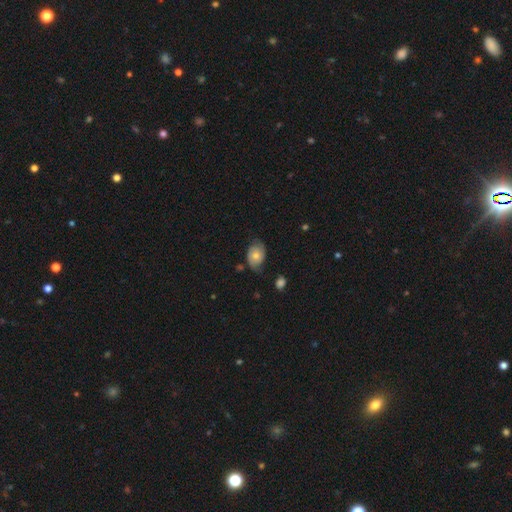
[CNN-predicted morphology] A smooth galaxy with no disk features (47%).

Vote fractions:
- Smooth or featured? smooth: 47% / featured or disk: 45% / star or artifact: 8%
- Merging? none: 58% / minor disturbance: 30% / major disturbance: 10% / merger: 2%